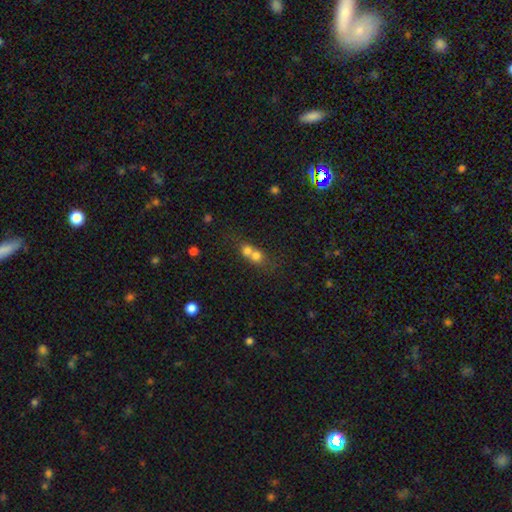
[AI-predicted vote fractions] Smooth or featured: smooth — 69% (featured or disk — 18%)
How rounded: round — 73% (in between — 25%)
Merging: merger — 71% (none — 21%)